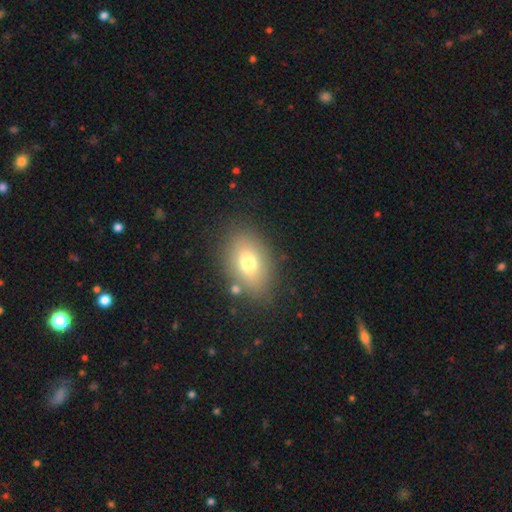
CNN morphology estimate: A smooth galaxy with no disk features (69%) that is in between round and cigar-shaped (76%).

Vote fractions:
- Smooth or featured? smooth: 69% / star or artifact: 17% / featured or disk: 14%
- How rounded? in between: 76% / round: 22% / cigar-shaped: 2%
- Merging? none: 85% / minor disturbance: 10% / major disturbance: 3% / merger: 3%